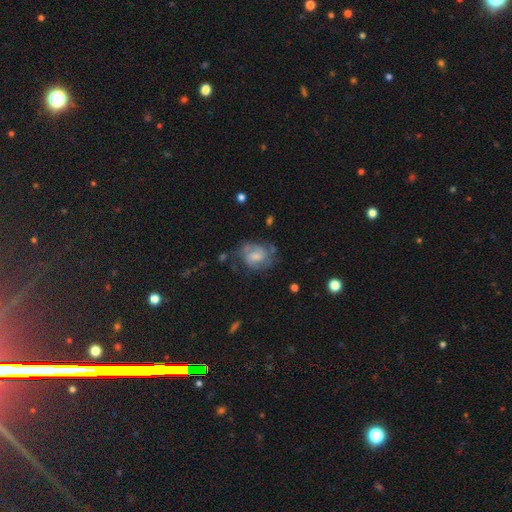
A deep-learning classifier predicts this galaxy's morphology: Smooth or featured: featured or disk — 51% (smooth — 41%)
Edge-on disk: no — 97% (yes — 3%)
Merging: none — 49% (minor disturbance — 27%)